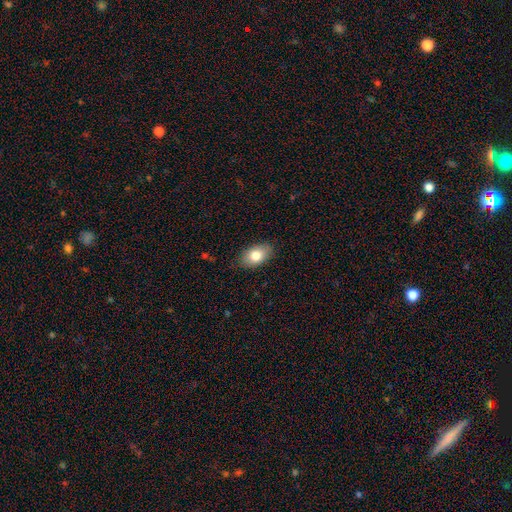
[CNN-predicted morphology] Smooth or featured? Predicted: smooth (p=0.80). How rounded? Predicted: in between (p=0.90). Merging? Predicted: none (p=0.83).